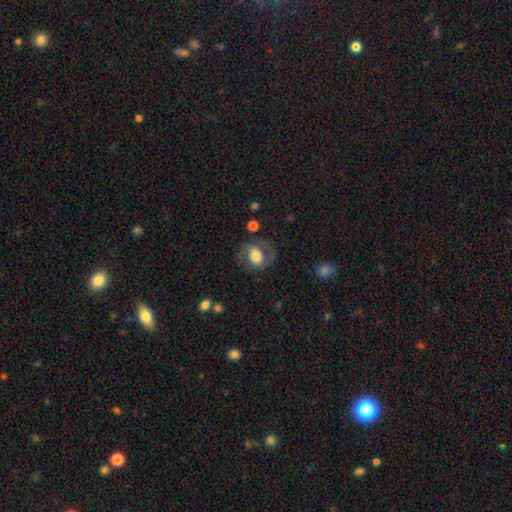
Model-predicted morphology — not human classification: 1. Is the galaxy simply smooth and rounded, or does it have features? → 55% featured or disk, 37% smooth, 7% star or artifact.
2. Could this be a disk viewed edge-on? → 96% no, 4% yes.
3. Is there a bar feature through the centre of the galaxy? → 45% no, 34% weak, 21% strong.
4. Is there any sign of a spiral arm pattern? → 73% yes, 27% no.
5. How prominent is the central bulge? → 44% moderate, 36% large, 12% small, 5% dominant, 3% none.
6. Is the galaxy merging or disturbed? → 70% none, 15% minor disturbance, 13% major disturbance, 2% merger.